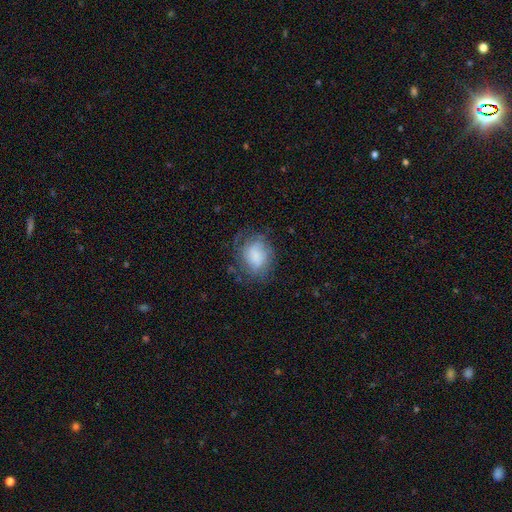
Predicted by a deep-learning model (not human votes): A smooth galaxy with no disk features (60%) that is in between round and cigar-shaped (58%).

Vote fractions:
- Smooth or featured? smooth: 60% / featured or disk: 31% / star or artifact: 9%
- How rounded? in between: 58% / round: 41% / cigar-shaped: 1%
- Merging? none: 57% / minor disturbance: 25% / major disturbance: 17% / merger: 2%